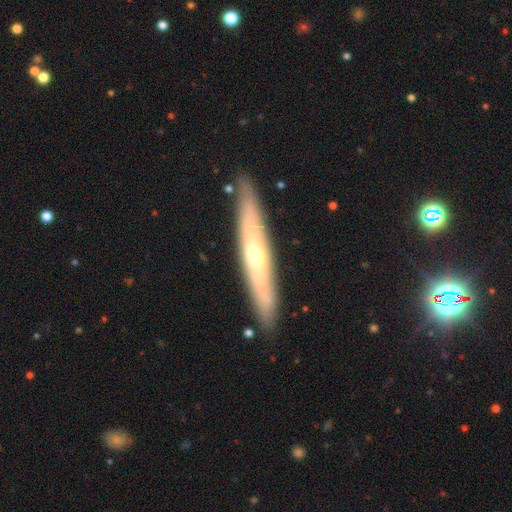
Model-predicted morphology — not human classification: Smooth or featured?
  - featured or disk: 62% *
  - smooth: 32%
  - star or artifact: 6%
Edge-on disk?
  - yes: 78% *
  - no: 22%
Merging?
  - none: 87% *
  - minor disturbance: 9%
  - major disturbance: 2%
  - merger: 1%